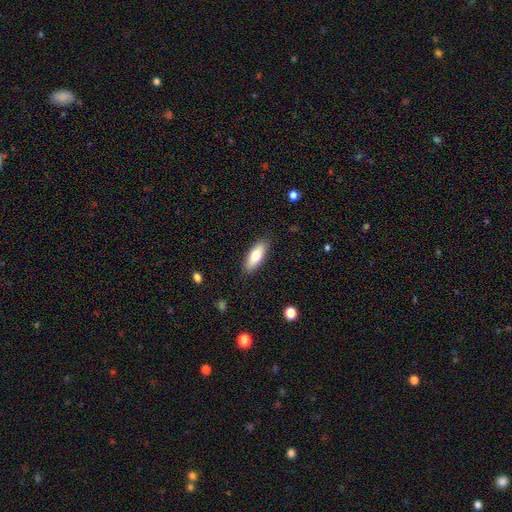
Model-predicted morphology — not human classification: smooth 75%, featured or disk 19%, star or artifact 6%. Down the decision tree: how rounded — in between (74%); merging — none (87%).